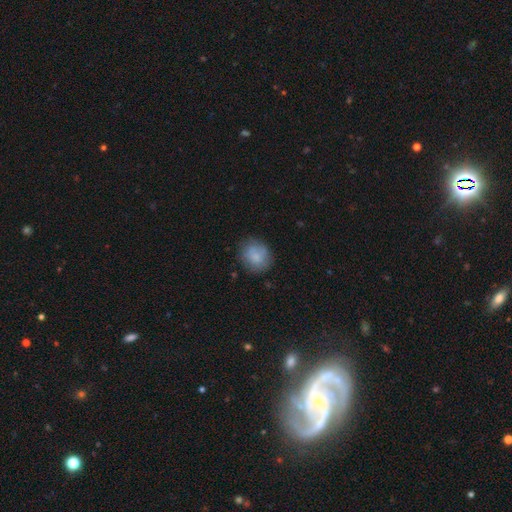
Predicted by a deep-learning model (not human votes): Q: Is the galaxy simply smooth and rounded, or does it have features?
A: smooth — 83%.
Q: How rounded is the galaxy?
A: round — 78%.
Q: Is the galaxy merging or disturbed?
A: none — 75%.